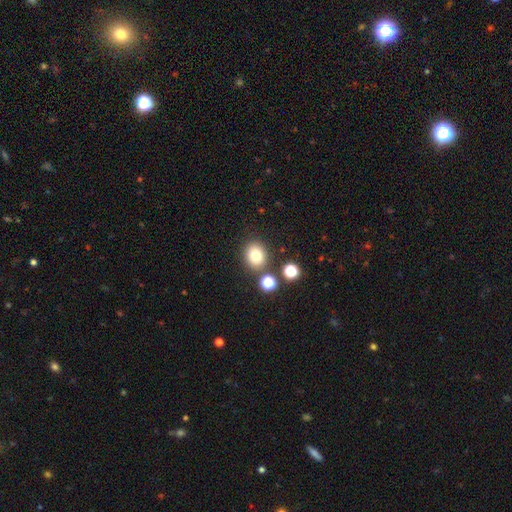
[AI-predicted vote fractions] A smooth galaxy with no disk features (78%) that is round (68%). Merging: none (79%).